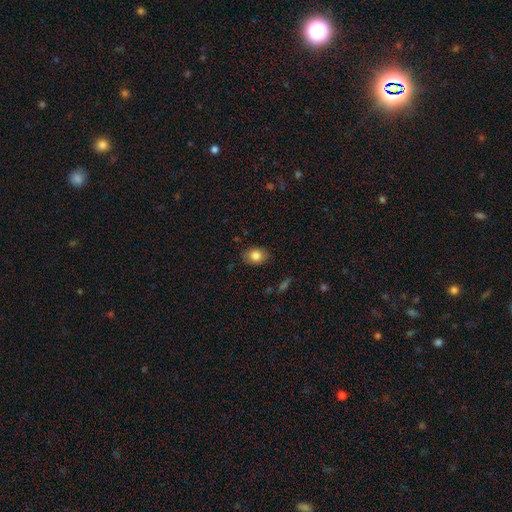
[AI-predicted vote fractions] smooth 84%, star or artifact 9%, featured or disk 8%. Down the decision tree: how rounded — in between (61%); merging — none (83%).